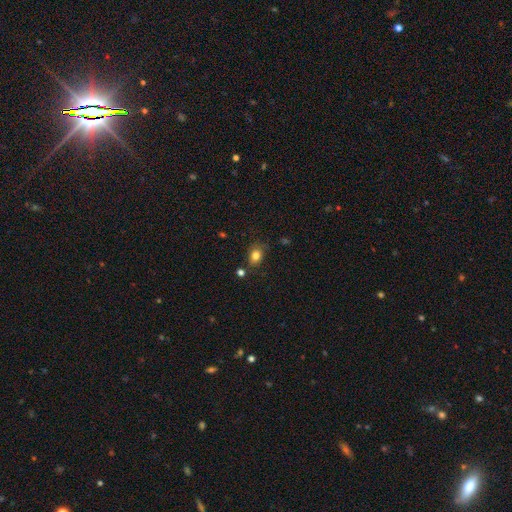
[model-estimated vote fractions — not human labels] A smooth galaxy with no disk features (81%) that is in between round and cigar-shaped (59%). Merging: none (75%).